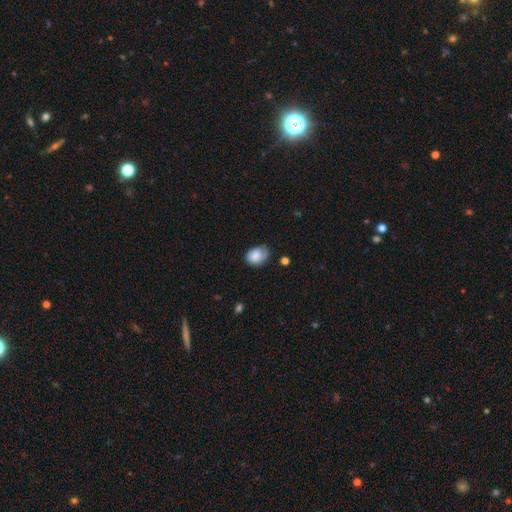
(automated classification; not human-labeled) This is likely a smooth galaxy (77%). How rounded: likely in between (69%). Merging: possibly none (53%).